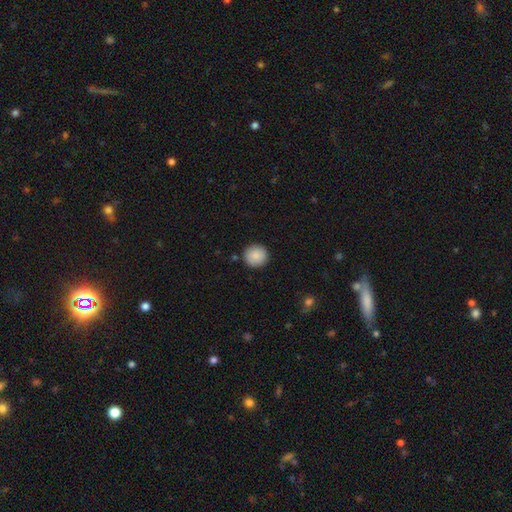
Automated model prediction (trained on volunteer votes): The model was most divided on "smooth or featured": smooth: 88%, star or artifact: 7%, featured or disk: 5%. More confident: how rounded — round (94%); merging — none (91%).